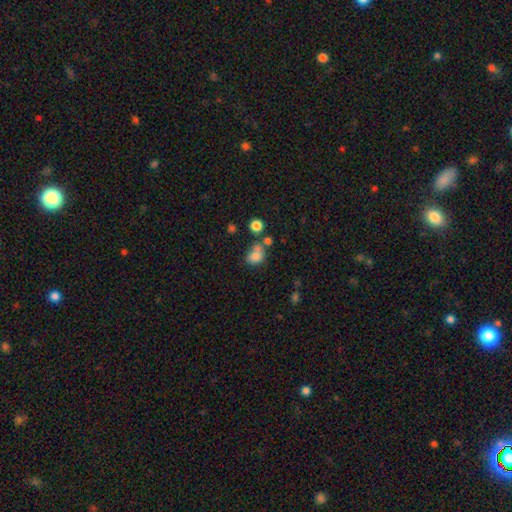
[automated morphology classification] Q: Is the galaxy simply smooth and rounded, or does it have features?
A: smooth — 76%.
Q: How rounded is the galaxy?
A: in between — 52%.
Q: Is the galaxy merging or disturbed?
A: none — 40%.